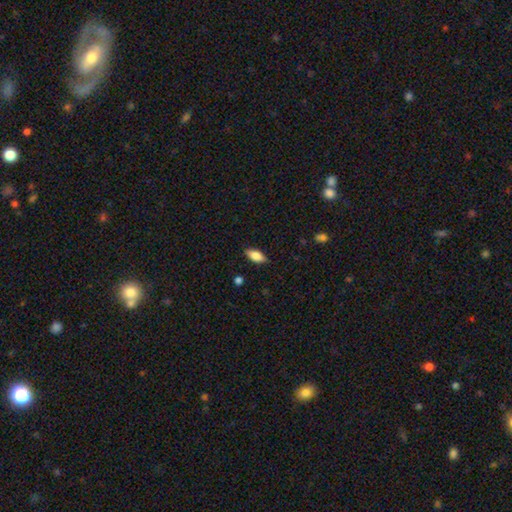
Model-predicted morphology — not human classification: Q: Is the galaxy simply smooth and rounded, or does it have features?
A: smooth — 77%.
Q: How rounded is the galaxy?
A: in between — 83%.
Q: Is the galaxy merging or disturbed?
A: none — 85%.